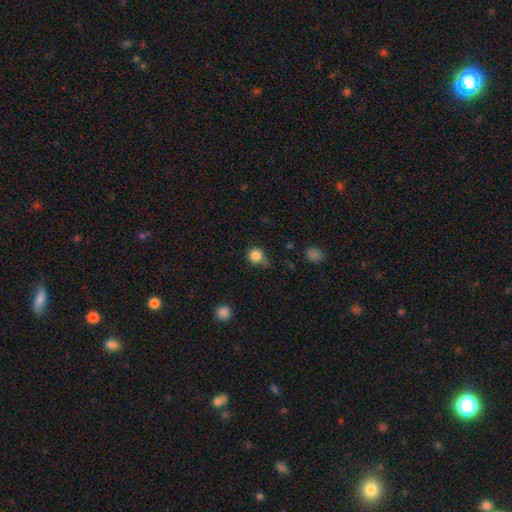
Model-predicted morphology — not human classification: This appears to be a smooth galaxy with no disk features (84%) that is round (89%). Merging: none (58%).